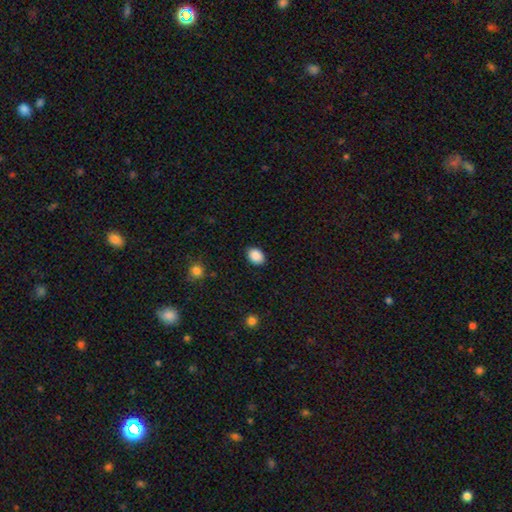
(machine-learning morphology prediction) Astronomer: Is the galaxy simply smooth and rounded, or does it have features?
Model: smooth — 89%.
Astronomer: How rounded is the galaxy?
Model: in between — 68%.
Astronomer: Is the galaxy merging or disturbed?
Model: none — 88%.